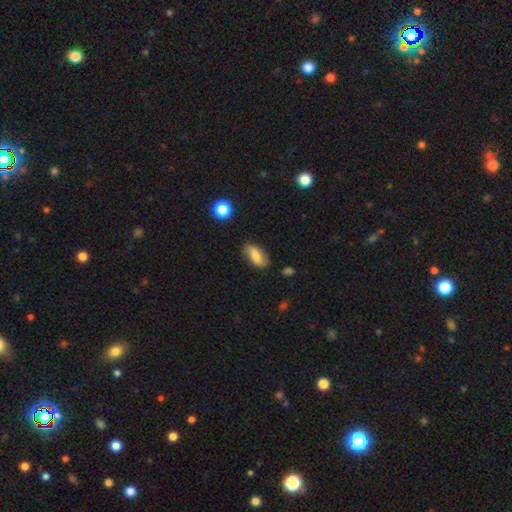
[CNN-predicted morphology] smooth-or-featured: smooth: 75% | featured or disk: 17% | star or artifact: 8%
  how-rounded: in between: 88% | cigar-shaped: 8% | round: 4%
  merging: none: 79% | minor disturbance: 16% | major disturbance: 3% | merger: 2%